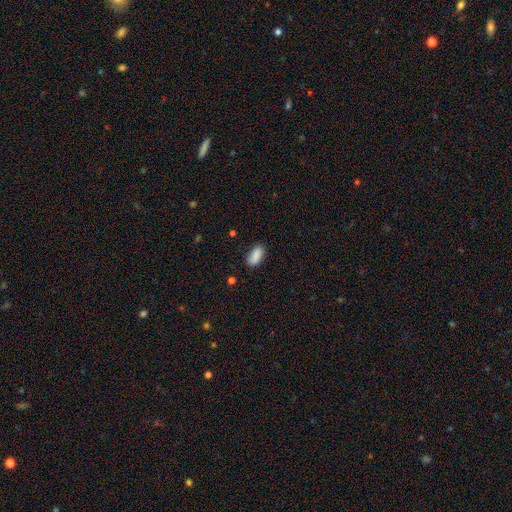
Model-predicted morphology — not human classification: smooth 88%, star or artifact 7%, featured or disk 5%. Down the decision tree: how rounded — in between (89%); merging — none (83%).